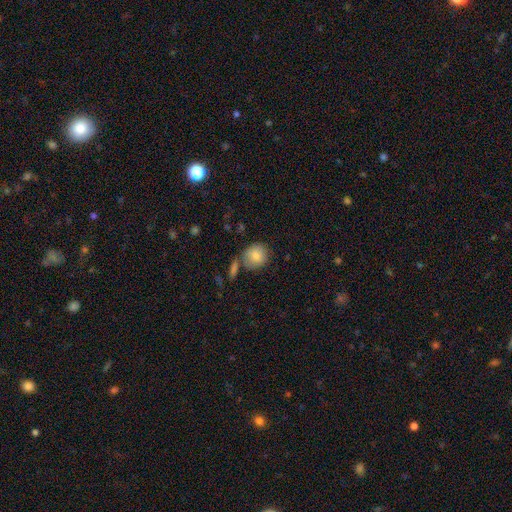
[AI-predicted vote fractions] This is clearly a smooth galaxy (83%). How rounded: clearly round (83%). Merging: likely none (64%).